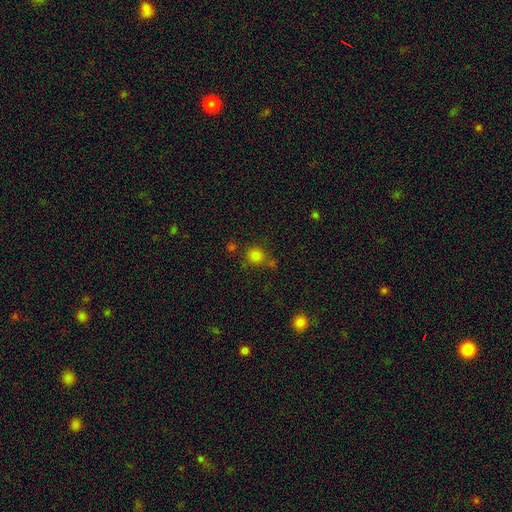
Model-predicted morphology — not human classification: Smooth or featured: smooth — 80% (star or artifact — 15%)
How rounded: round — 85% (in between — 14%)
Merging: none — 67% (merger — 16%)